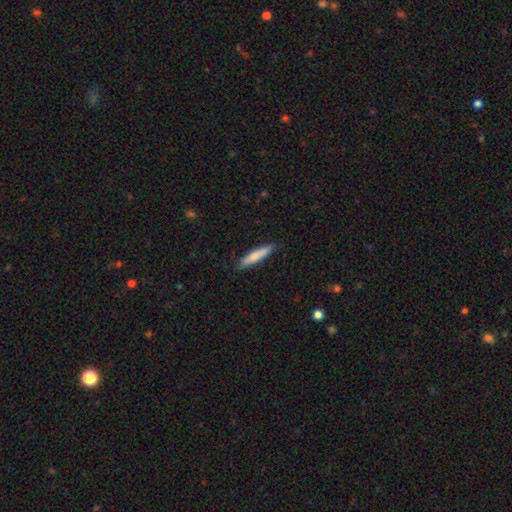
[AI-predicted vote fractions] smooth_or_featured: smooth (p=0.74) [alt: featured or disk p=0.21]
how_rounded: cigar-shaped (p=0.89) [alt: in between p=0.09]
merging: none (p=0.88) [alt: minor disturbance p=0.09]